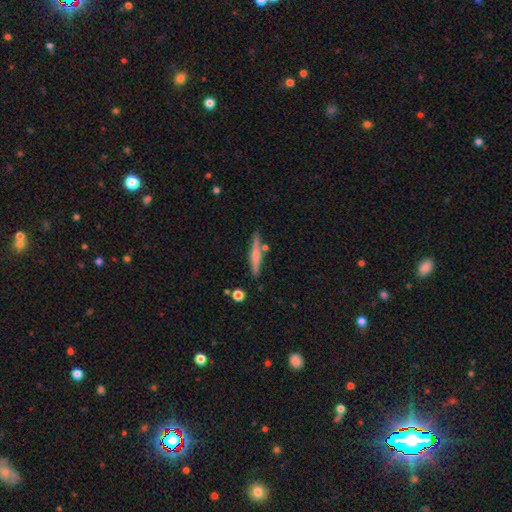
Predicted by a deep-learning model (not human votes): smooth-or-featured: smooth: 48% | featured or disk: 46% | star or artifact: 6%
  merging: none: 82% | minor disturbance: 10% | merger: 6% | major disturbance: 2%